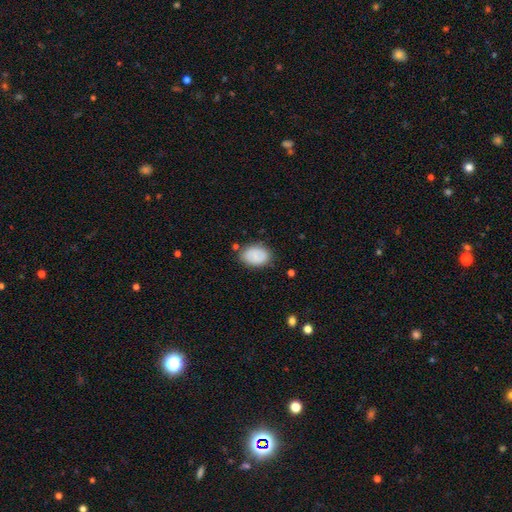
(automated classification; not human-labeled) smooth 82%, featured or disk 11%, star or artifact 7%. Down the decision tree: how rounded — in between (83%); merging — none (77%).